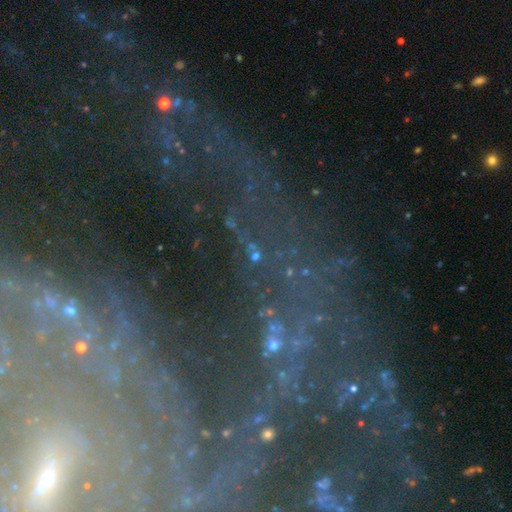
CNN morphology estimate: smooth-or-featured: star or artifact: 61% | featured or disk: 26% | smooth: 13%